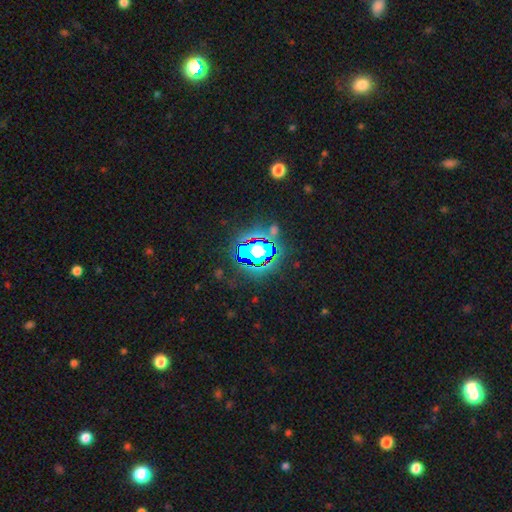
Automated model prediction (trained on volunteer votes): Smooth or featured?
  - star or artifact: 73% *
  - smooth: 15%
  - featured or disk: 12%